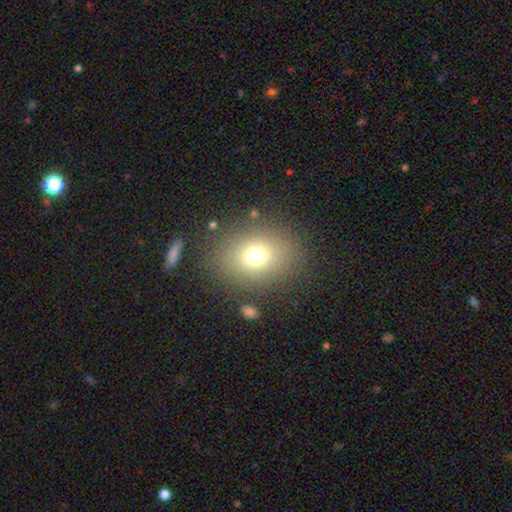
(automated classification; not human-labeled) Smooth or featured? smooth (73%)
How rounded? in between (51%)
Merging? none (82%)